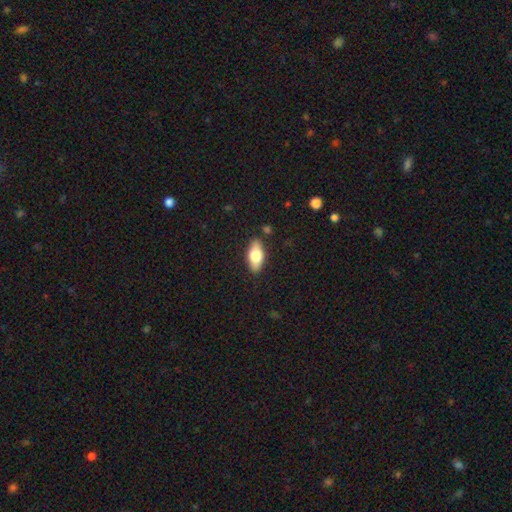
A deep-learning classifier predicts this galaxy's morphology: This appears to be a smooth galaxy with no disk features (75%) that is in between round and cigar-shaped (87%). Merging: none (85%).